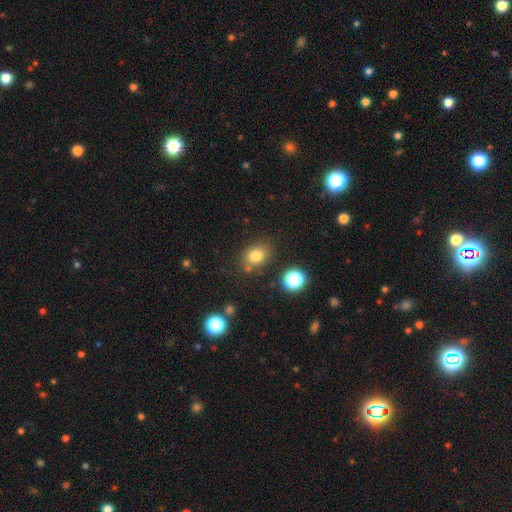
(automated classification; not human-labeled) Smooth or featured? smooth (79%)
How rounded? in between (50%)
Merging? none (75%)